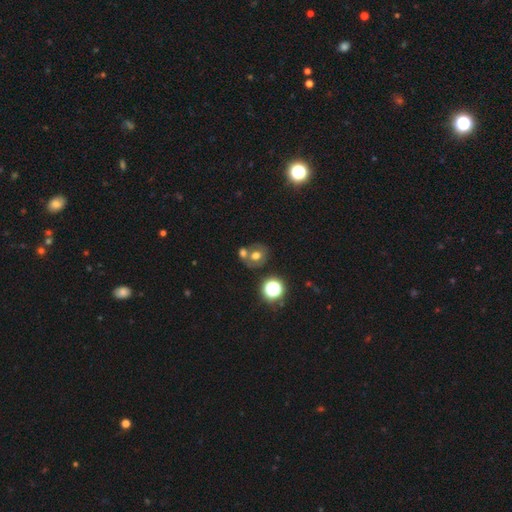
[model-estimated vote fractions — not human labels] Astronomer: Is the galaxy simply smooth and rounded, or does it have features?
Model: smooth — 58%.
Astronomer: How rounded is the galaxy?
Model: round — 70%.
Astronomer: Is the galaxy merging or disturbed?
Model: none — 48% (runner-up: merger, 38%).